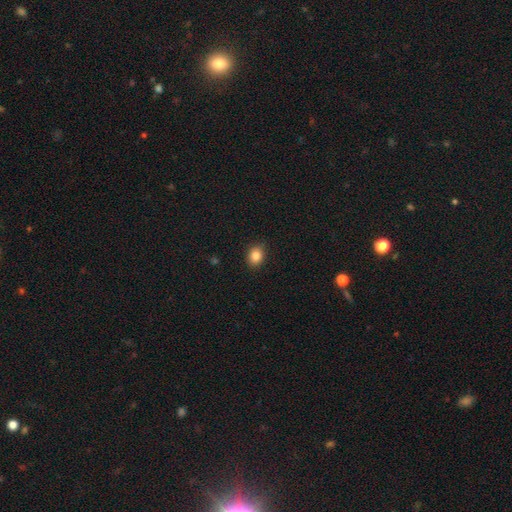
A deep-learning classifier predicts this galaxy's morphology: smooth-or-featured: smooth: 86% | star or artifact: 10% | featured or disk: 5%
  how-rounded: in between: 50% | round: 49% | cigar-shaped: 1%
  merging: none: 88% | minor disturbance: 9% | major disturbance: 2% | merger: 1%